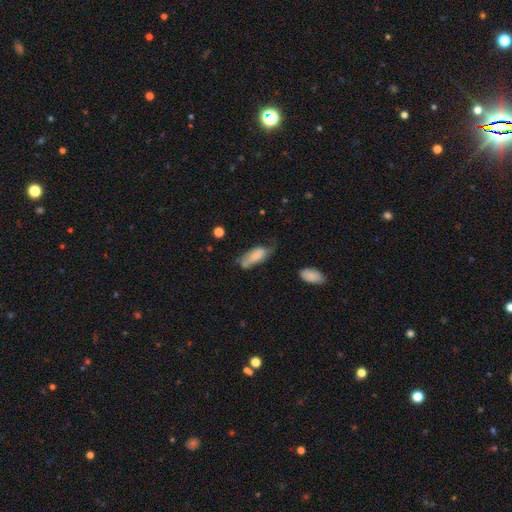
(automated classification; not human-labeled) smooth 68%, featured or disk 25%, star or artifact 7%. Down the decision tree: how rounded — in between (79%); merging — none (38%).